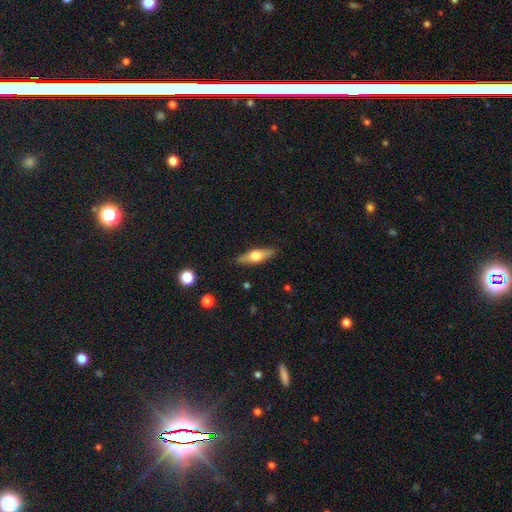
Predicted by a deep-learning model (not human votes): Overall: smooth (48%; featured or disk 46%). Merging: none (88%).